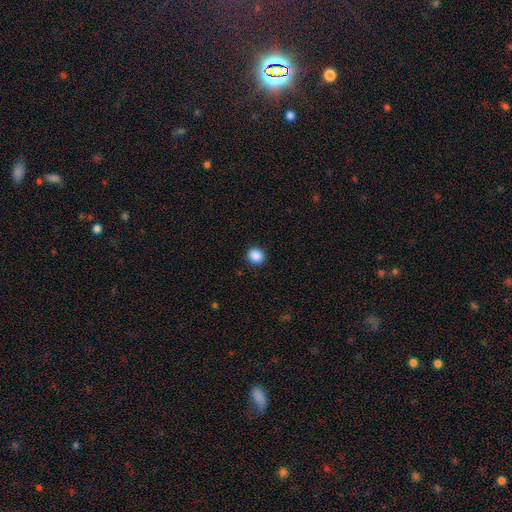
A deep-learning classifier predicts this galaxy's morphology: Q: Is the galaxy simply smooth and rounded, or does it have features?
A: smooth — 88%.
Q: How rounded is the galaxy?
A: round — 85%.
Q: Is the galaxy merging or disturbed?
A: none — 91%.